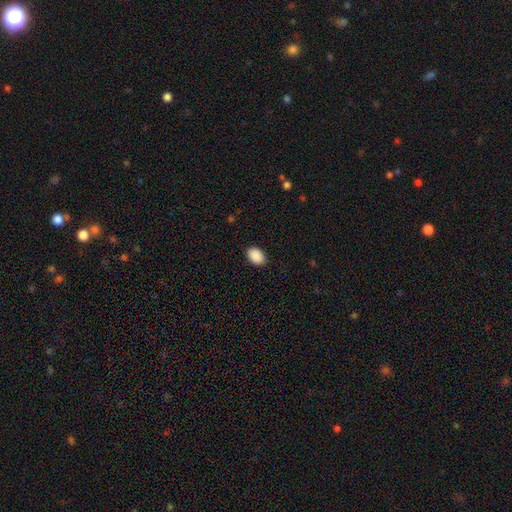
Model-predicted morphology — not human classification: Smooth or featured? smooth (91%)
How rounded? in between (83%)
Merging? none (90%)